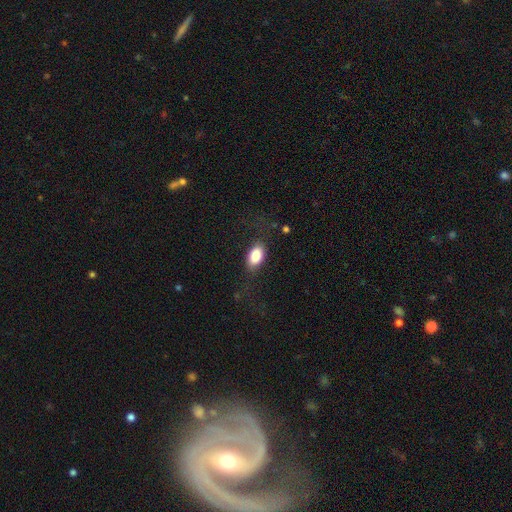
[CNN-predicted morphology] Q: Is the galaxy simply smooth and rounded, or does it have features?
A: smooth — 83%.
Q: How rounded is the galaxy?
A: in between — 91%.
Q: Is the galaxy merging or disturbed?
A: none — 74%.